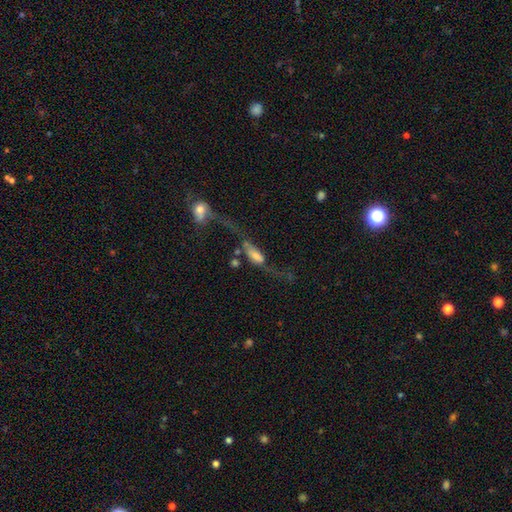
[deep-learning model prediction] Smooth or featured?
  - featured or disk: 52% *
  - smooth: 39%
  - star or artifact: 10%
Edge-on disk?
  - no: 67% *
  - yes: 33%
Merging?
  - major disturbance: 38% *
  - merger: 32%
  - none: 19%
  - minor disturbance: 12%